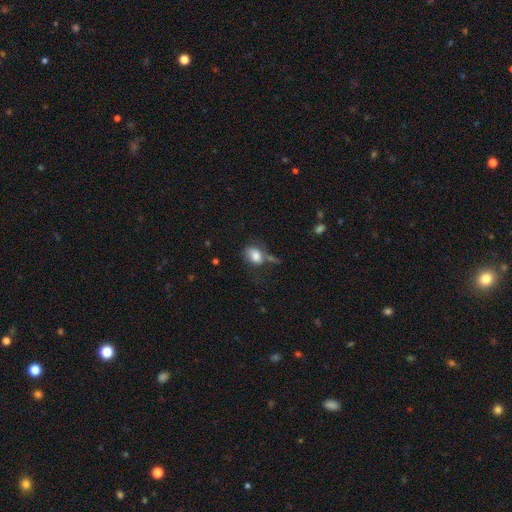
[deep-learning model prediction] Smooth or featured? smooth (78%)
How rounded? in between (75%)
Merging? none (41%)